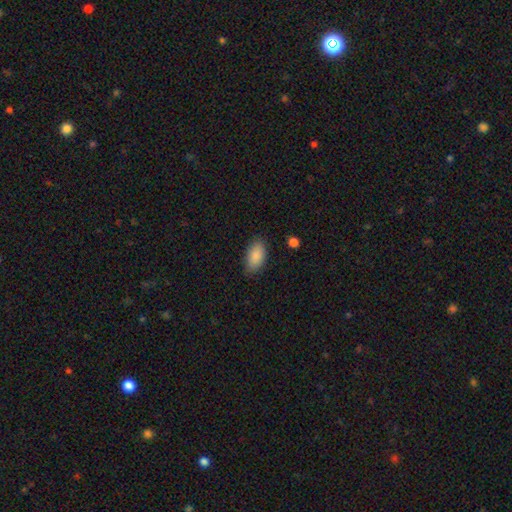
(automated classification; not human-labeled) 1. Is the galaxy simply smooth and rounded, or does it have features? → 88% smooth, 7% star or artifact, 5% featured or disk.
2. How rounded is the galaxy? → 93% in between, 4% round, 3% cigar-shaped.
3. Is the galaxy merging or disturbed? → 83% none, 13% minor disturbance, 3% major disturbance, 1% merger.